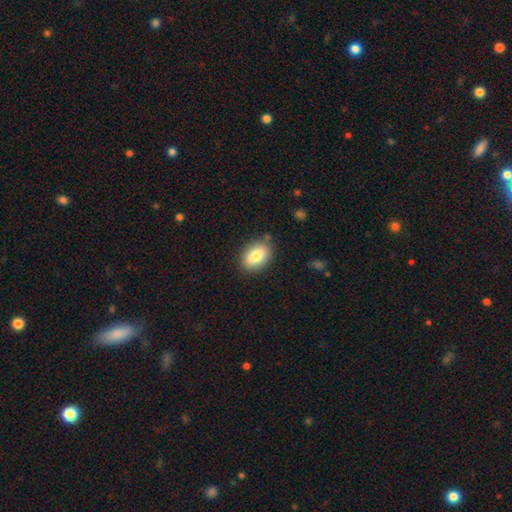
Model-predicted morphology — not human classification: smooth-or-featured: smooth: 81% | featured or disk: 12% | star or artifact: 7%
  how-rounded: in between: 85% | round: 13% | cigar-shaped: 2%
  merging: none: 84% | minor disturbance: 12% | major disturbance: 3% | merger: 2%